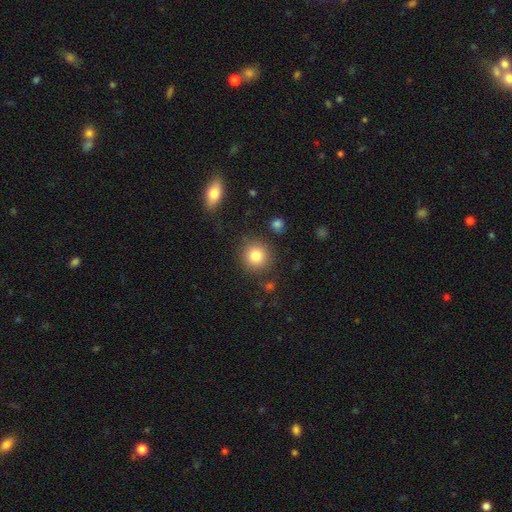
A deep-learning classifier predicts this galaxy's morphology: smooth_or_featured: smooth (p=0.82) [alt: star or artifact p=0.10]
how_rounded: round (p=0.90) [alt: in between p=0.09]
merging: none (p=0.85) [alt: minor disturbance p=0.09]